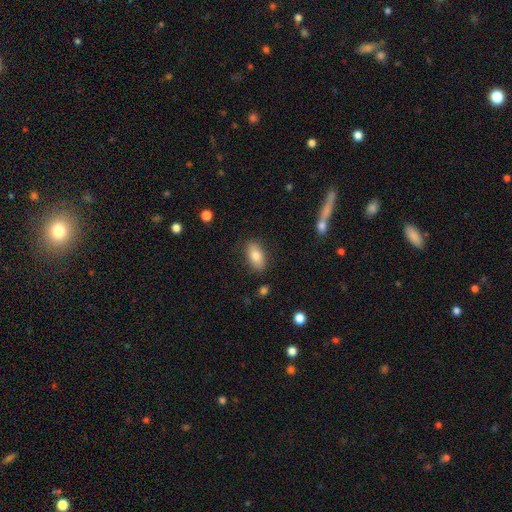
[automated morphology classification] This appears to be a smooth galaxy with no disk features (79%) that is in between round and cigar-shaped (89%). Merging: none (84%).